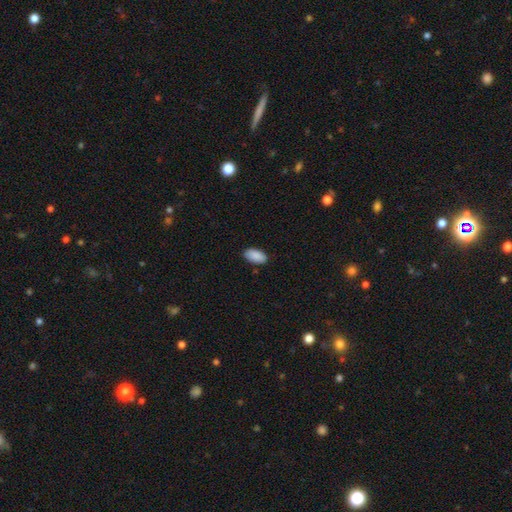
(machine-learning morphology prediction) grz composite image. It shows a smooth galaxy with no disk features (90%) that is in between round and cigar-shaped (95%). Merging: none (86%).